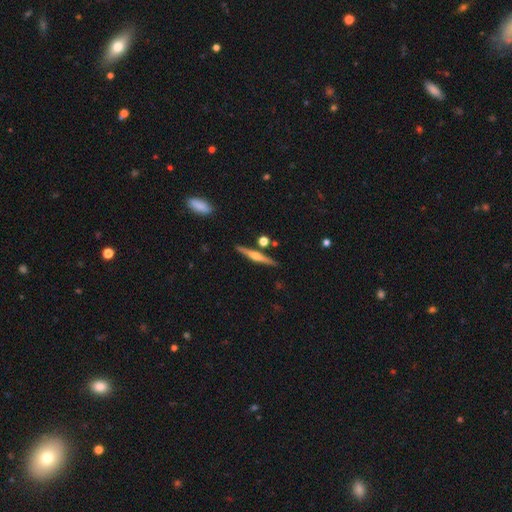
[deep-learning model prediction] The model was most divided on "smooth or featured": featured or disk: 71%, smooth: 23%, star or artifact: 6%. More confident: edge-on disk — yes (98%); edge-on bulge — rounded (88%); merging — none (87%).